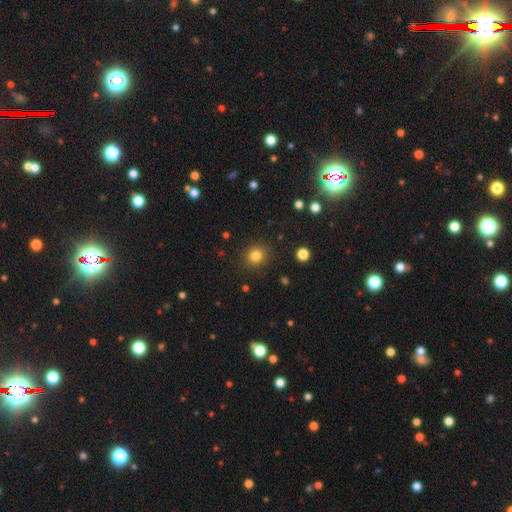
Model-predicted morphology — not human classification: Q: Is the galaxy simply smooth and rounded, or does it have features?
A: smooth — 82%.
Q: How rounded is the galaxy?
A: round — 86%.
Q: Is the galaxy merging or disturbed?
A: none — 89%.